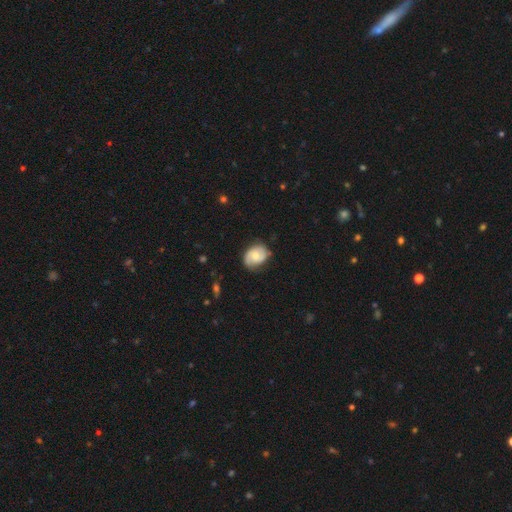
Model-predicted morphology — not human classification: Smooth or featured? featured or disk (60%)
Edge-on disk? no (97%)
Bar? no (61%)
Spiral arms? yes (90%)
Spiral winding? medium (43%)
Spiral arm count? 2 (78%)
Bulge size? moderate (52%)
Merging? none (70%)